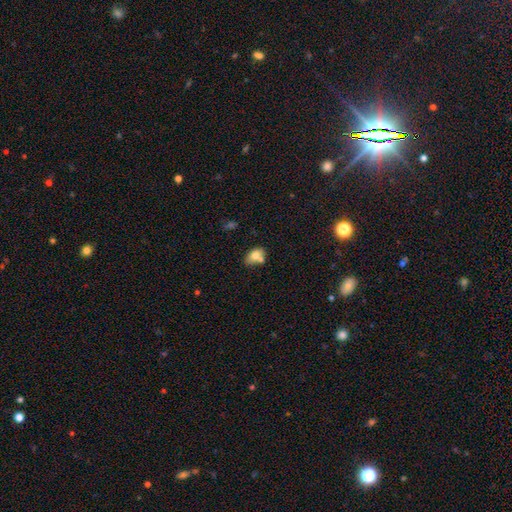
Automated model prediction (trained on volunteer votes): Smooth or featured?
  - smooth: 72% *
  - featured or disk: 20%
  - star or artifact: 9%
How rounded?
  - in between: 79% *
  - round: 19%
  - cigar-shaped: 2%
Merging?
  - none: 46% *
  - merger: 34%
  - minor disturbance: 16%
  - major disturbance: 5%